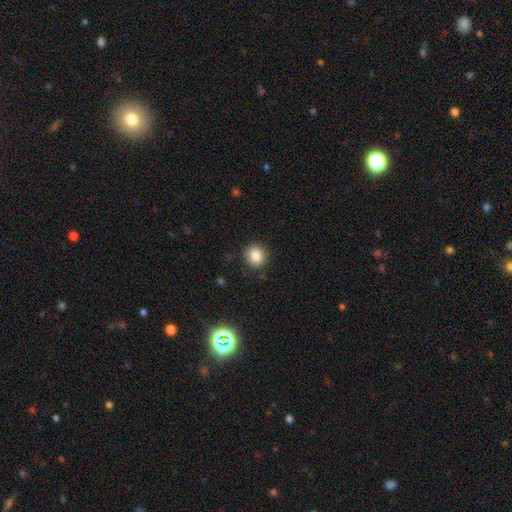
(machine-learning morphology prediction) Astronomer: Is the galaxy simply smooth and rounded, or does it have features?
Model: smooth — 84%.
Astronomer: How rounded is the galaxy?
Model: round — 88%.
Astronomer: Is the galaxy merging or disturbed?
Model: none — 89%.